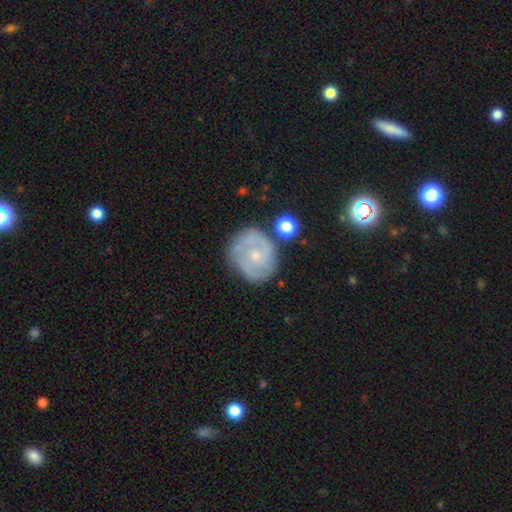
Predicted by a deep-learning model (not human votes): A featured or disk galaxy (72%) with no bar (75%), 2 (42%) tight (55%) spiral arms (87%) and a small central bulge (73%).

Vote fractions:
- Smooth or featured? featured or disk: 72% / smooth: 21% / star or artifact: 7%
- Edge-on disk? no: 98% / yes: 2%
- Bar? no: 75% / weak: 21% / strong: 4%
- Spiral arms? yes: 87% / no: 13%
- Spiral winding? tight: 55% / medium: 35% / loose: 10%
- Spiral arm count? 2: 42% / can't tell: 26% / 3: 19% / 1: 5% / 4: 5% / more than 4: 4%
- Bulge size? small: 73% / moderate: 23% / none: 2% / large: 1% / dominant: 1%
- Merging? none: 71% / minor disturbance: 18% / major disturbance: 6% / merger: 4%